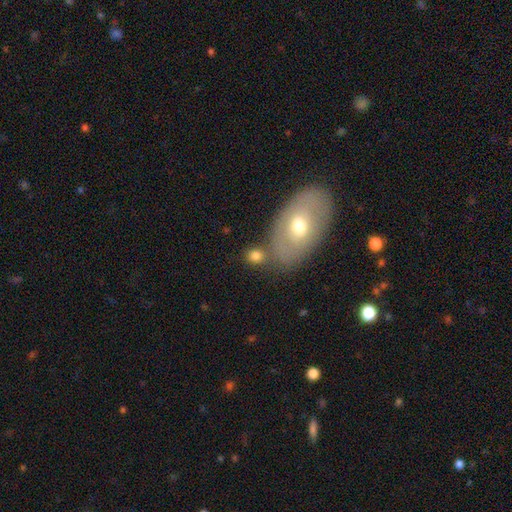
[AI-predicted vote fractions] smooth 78%, featured or disk 13%, star or artifact 9%. Down the decision tree: how rounded — round (59%); merging — none (60%).